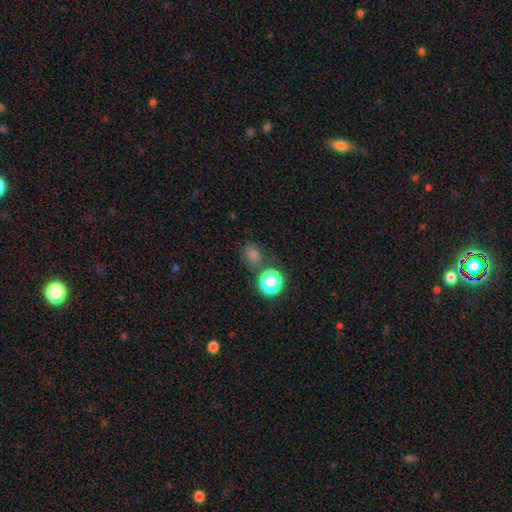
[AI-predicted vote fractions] A smooth galaxy with no disk features (67%) that is round (68%). Merging: none (70%).